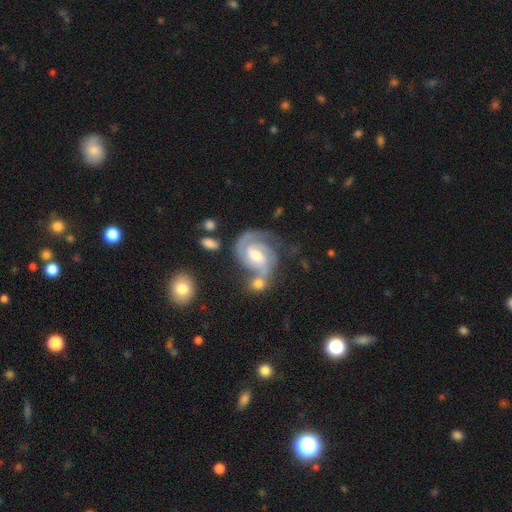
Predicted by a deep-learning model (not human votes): This appears to be a featured or disk galaxy (89%) with a weak bar (49%), 2 (69%) tight (57%) spiral arms (97%) and a moderate central bulge (62%). Merging: none (48%).